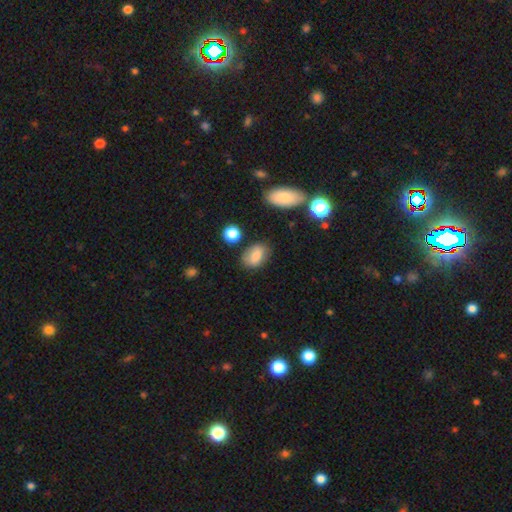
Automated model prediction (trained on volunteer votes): This is likely a smooth galaxy (77%). How rounded: clearly in between (83%). Merging: likely none (74%).